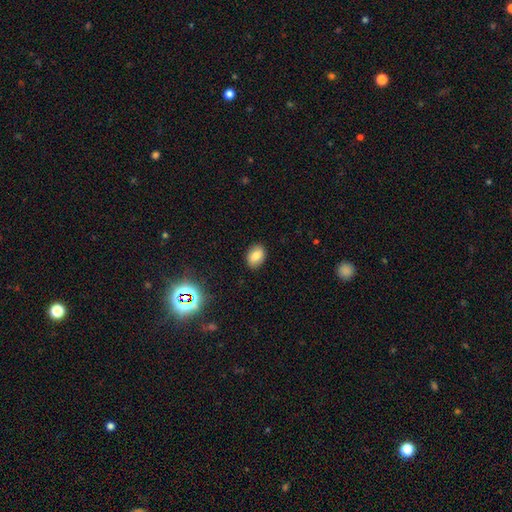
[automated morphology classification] Smooth or featured? Predicted: smooth (p=0.79). How rounded? Predicted: in between (p=0.76). Merging? Predicted: none (p=0.88).